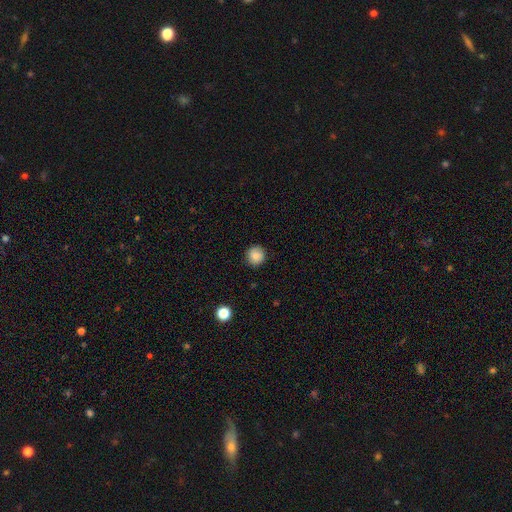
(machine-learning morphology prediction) A smooth galaxy with no disk features (83%) that is round (92%).

Vote fractions:
- Smooth or featured? smooth: 83% / star or artifact: 9% / featured or disk: 7%
- How rounded? round: 92% / in between: 7% / cigar-shaped: 1%
- Merging? none: 88% / minor disturbance: 8% / major disturbance: 2% / merger: 1%